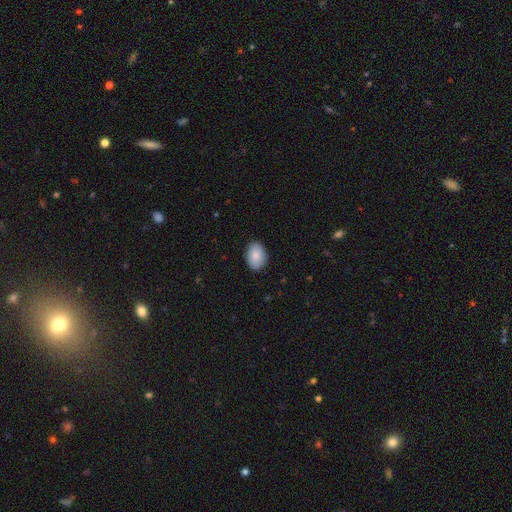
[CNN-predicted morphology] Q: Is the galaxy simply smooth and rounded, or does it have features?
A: smooth — 87%.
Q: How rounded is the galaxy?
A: in between — 83%.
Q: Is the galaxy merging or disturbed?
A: none — 89%.